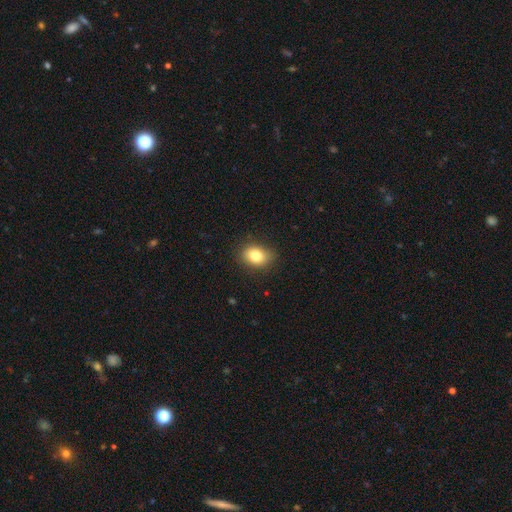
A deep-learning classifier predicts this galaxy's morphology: smooth_or_featured: smooth (p=0.82) [alt: star or artifact p=0.10]
how_rounded: in between (p=0.63) [alt: round p=0.36]
merging: none (p=0.84) [alt: minor disturbance p=0.12]